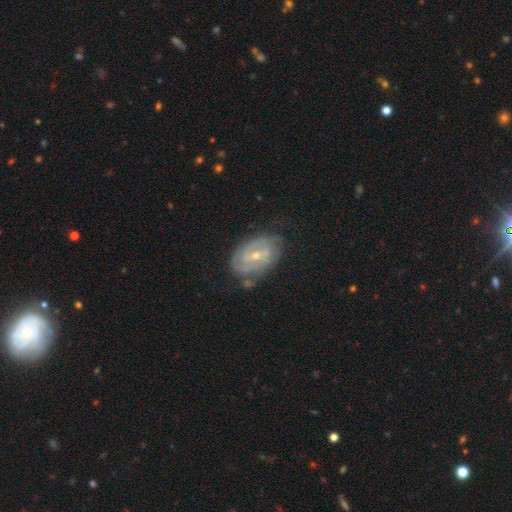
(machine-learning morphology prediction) Q: Smooth or featured?
A: featured or disk (84%); runner-up: smooth (10%)
Q: Edge-on disk?
A: no (96%); runner-up: yes (4%)
Q: Bar?
A: weak (50%); runner-up: no (32%)
Q: Spiral arms?
A: yes (93%); runner-up: no (7%)
Q: Spiral winding?
A: tight (65%); runner-up: medium (28%)
Q: Spiral arm count?
A: 2 (43%); runner-up: can't tell (26%)
Q: Bulge size?
A: small (57%); runner-up: moderate (40%)
Q: Merging?
A: none (68%); runner-up: minor disturbance (22%)